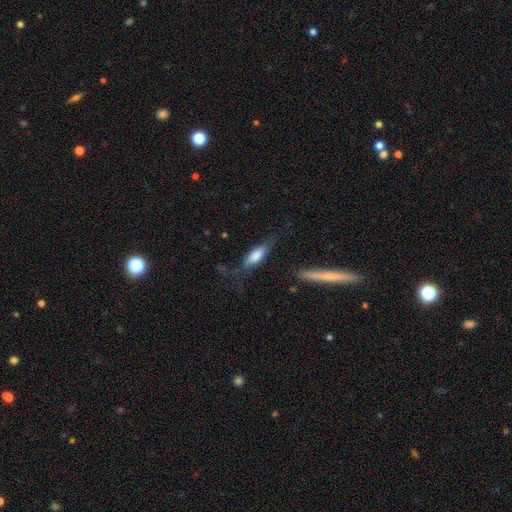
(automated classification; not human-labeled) Smooth or featured?
  - smooth: 70% *
  - featured or disk: 24%
  - star or artifact: 6%
How rounded?
  - in between: 56% *
  - cigar-shaped: 41%
  - round: 3%
Merging?
  - none: 61% *
  - minor disturbance: 23%
  - major disturbance: 13%
  - merger: 3%